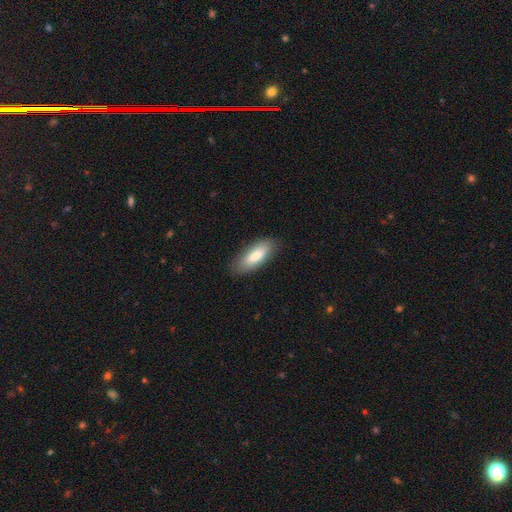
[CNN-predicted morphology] type=smooth (81%); roundness=in between (72%); merging=none (85%).